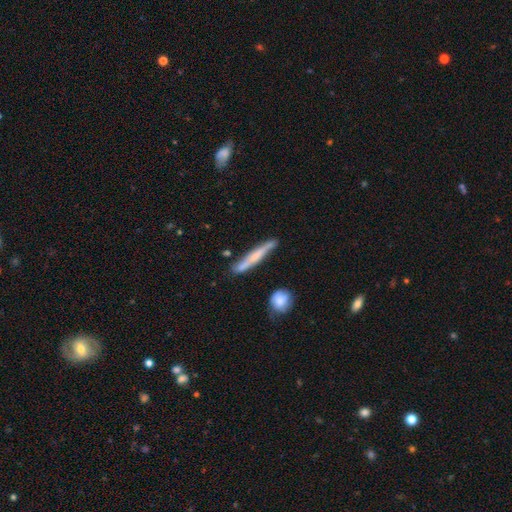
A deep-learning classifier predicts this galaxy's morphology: A smooth galaxy with no disk features (52%) that is cigar-shaped (94%).

Vote fractions:
- Smooth or featured? smooth: 52% / featured or disk: 42% / star or artifact: 6%
- How rounded? cigar-shaped: 94% / in between: 5% / round: 2%
- Merging? none: 74% / minor disturbance: 18% / merger: 5% / major disturbance: 4%